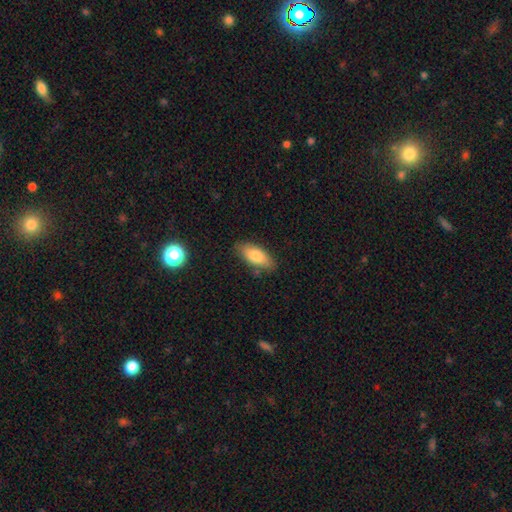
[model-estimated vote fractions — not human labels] Smooth or featured: smooth — 78% (featured or disk — 15%)
How rounded: in between — 82% (cigar-shaped — 15%)
Merging: none — 80% (minor disturbance — 15%)